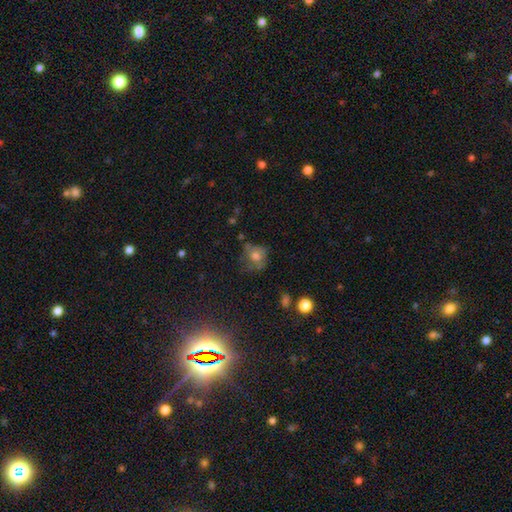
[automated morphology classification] smooth_or_featured: smooth (p=0.61) [alt: featured or disk p=0.25]
how_rounded: round (p=0.73) [alt: in between p=0.26]
merging: none (p=0.50) [alt: minor disturbance p=0.27]